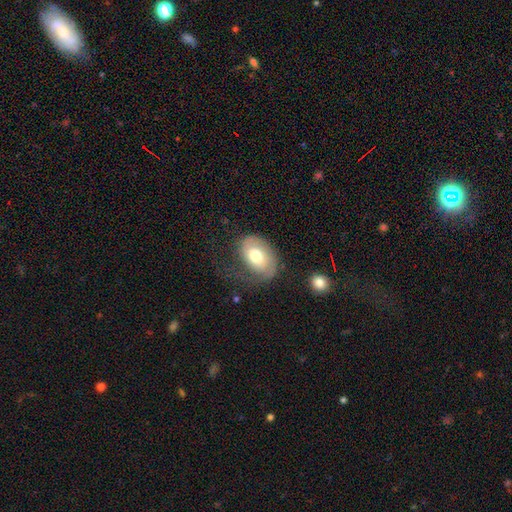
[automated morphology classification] This appears to be a smooth galaxy with no disk features (55%) that is in between round and cigar-shaped (81%). Merging: none (48%).